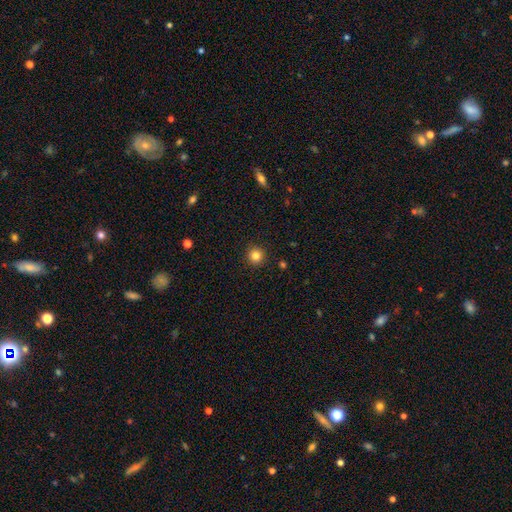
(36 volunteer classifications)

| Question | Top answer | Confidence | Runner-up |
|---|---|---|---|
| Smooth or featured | smooth | 94% | featured or disk (3%) |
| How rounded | round | 97% | in between (3%) |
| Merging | none | 97% | minor disturbance (3%) |